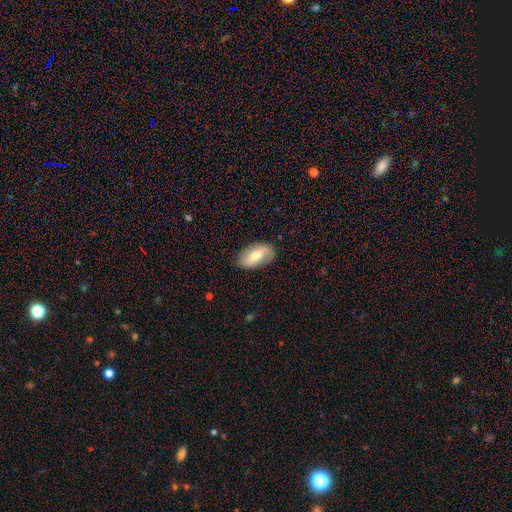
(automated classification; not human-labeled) Overall: smooth (55%; featured or disk 39%). How rounded: in between (92%). Merging: none (85%).